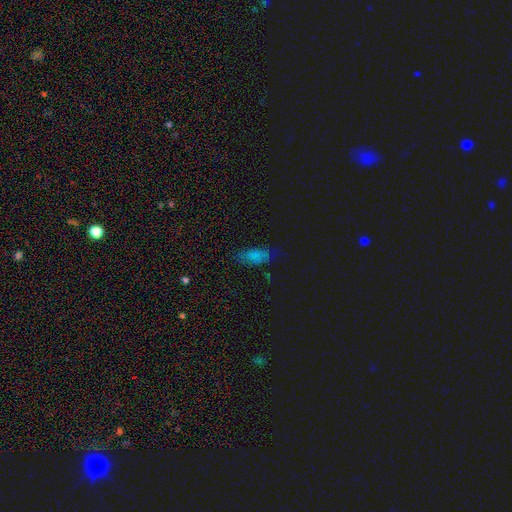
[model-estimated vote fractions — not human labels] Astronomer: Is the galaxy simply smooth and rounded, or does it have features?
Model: smooth — 72%.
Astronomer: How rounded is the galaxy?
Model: in between — 81%.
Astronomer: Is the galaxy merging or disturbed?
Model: none — 69%.